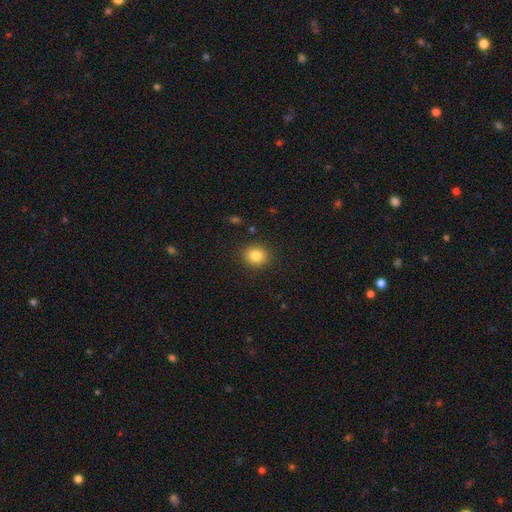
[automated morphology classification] A smooth galaxy with no disk features (83%) that is round (77%).

Vote fractions:
- Smooth or featured? smooth: 83% / star or artifact: 10% / featured or disk: 6%
- How rounded? round: 77% / in between: 22% / cigar-shaped: 1%
- Merging? none: 89% / minor disturbance: 7% / major disturbance: 2% / merger: 1%